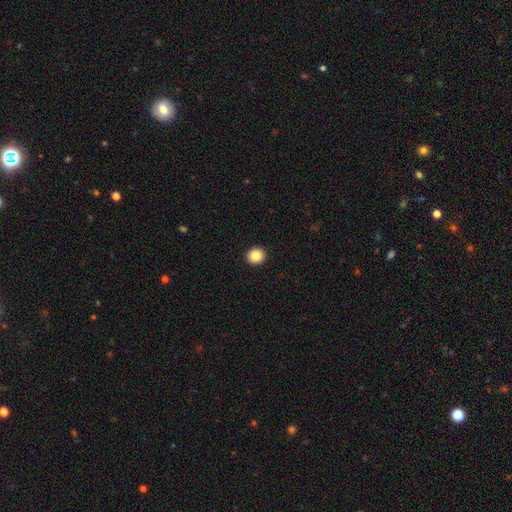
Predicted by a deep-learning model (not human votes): This is clearly a smooth galaxy (86%). How rounded: clearly round (88%). Merging: clearly none (94%).